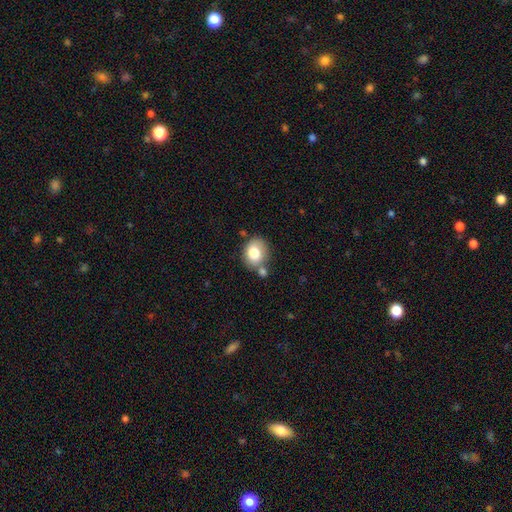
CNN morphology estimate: Q: Smooth or featured?
A: smooth (77%); runner-up: featured or disk (14%)
Q: How rounded?
A: round (60%); runner-up: in between (39%)
Q: Merging?
A: none (60%); runner-up: merger (18%)